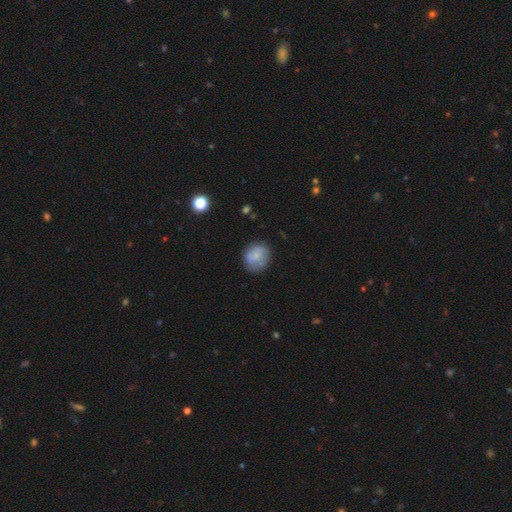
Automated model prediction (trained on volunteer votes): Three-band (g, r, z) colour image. It shows a smooth galaxy with no disk features (73%) that is round (68%). Merging: none (69%).